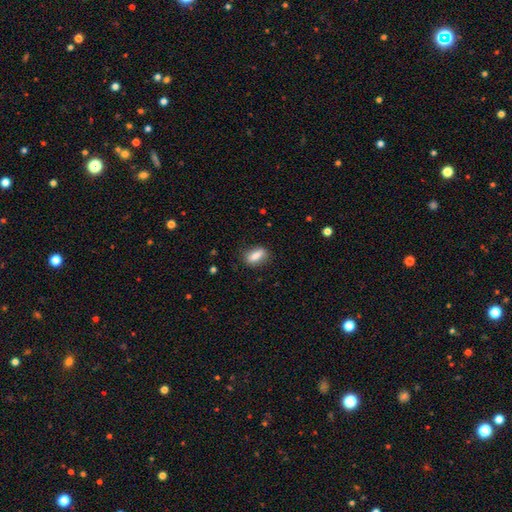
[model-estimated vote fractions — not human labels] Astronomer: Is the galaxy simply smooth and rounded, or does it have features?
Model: smooth — 81%.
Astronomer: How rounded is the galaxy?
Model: in between — 76%.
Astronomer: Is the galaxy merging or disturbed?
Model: none — 80%.